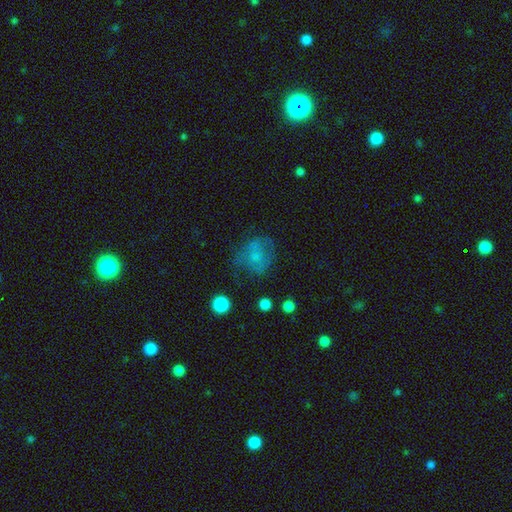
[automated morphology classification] smooth_or_featured: smooth (p=0.56) [alt: featured or disk p=0.30]
how_rounded: round (p=0.66) [alt: in between p=0.33]
merging: none (p=0.52) [alt: minor disturbance p=0.24]